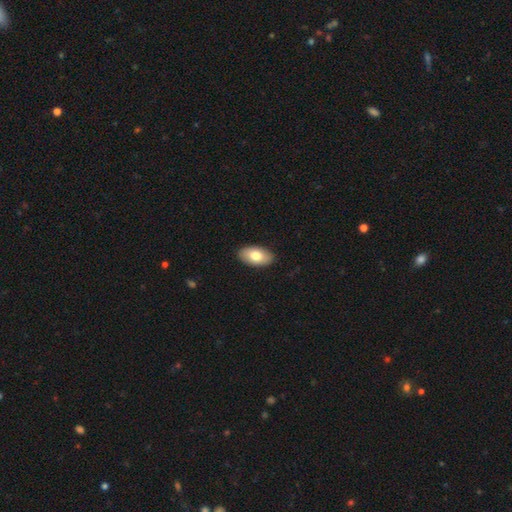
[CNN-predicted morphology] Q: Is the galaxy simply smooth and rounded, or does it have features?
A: smooth — 79%.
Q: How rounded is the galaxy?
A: in between — 94%.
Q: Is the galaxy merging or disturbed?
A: none — 90%.